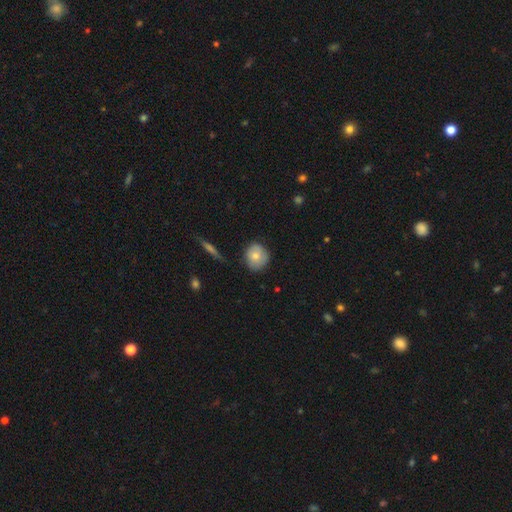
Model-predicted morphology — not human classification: smooth 74%, featured or disk 18%, star or artifact 8%. Down the decision tree: how rounded — round (82%); merging — none (77%).